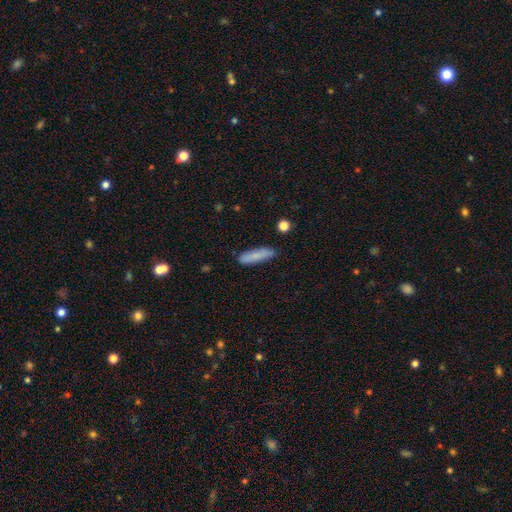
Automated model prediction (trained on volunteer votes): Morphology: type=smooth (81%); roundness=cigar-shaped (78%); merging=none (83%).